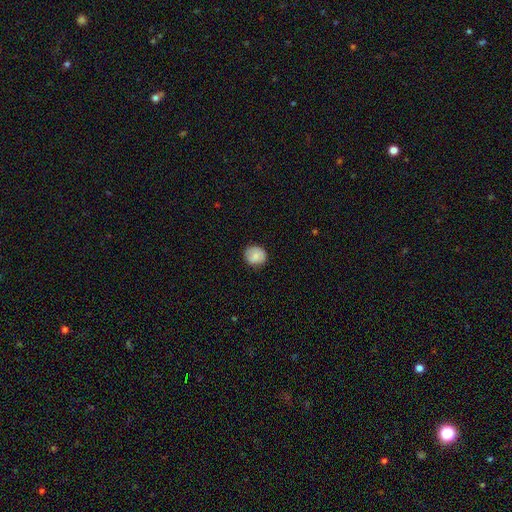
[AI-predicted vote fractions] smooth-or-featured: smooth: 83% | featured or disk: 10% | star or artifact: 8%
  how-rounded: round: 82% | in between: 17% | cigar-shaped: 1%
  merging: none: 84% | minor disturbance: 12% | major disturbance: 3% | merger: 1%